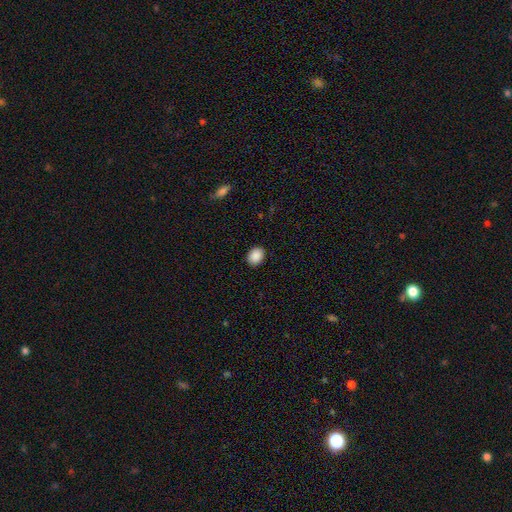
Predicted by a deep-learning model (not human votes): Smooth or featured?
  - smooth: 90% *
  - star or artifact: 8%
  - featured or disk: 3%
How rounded?
  - in between: 58% *
  - round: 41%
  - cigar-shaped: 1%
Merging?
  - none: 90% *
  - minor disturbance: 7%
  - major disturbance: 2%
  - merger: 1%